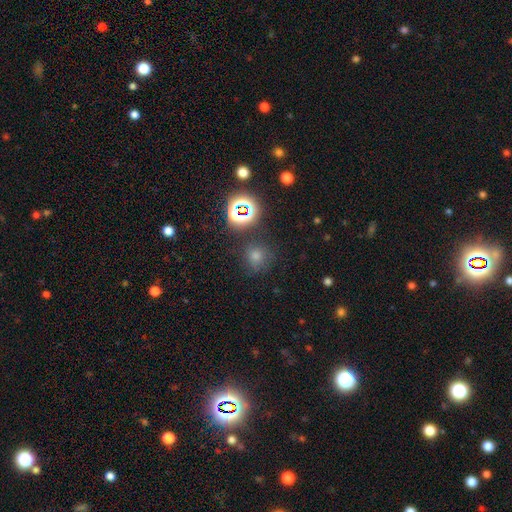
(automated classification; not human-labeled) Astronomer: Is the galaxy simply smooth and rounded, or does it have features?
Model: smooth — 57% (runner-up: star or artifact, 36%).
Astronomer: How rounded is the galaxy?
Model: round — 91%.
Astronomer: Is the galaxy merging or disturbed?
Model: none — 83%.